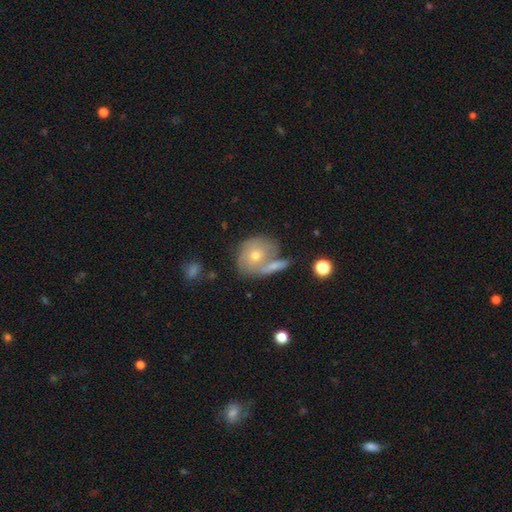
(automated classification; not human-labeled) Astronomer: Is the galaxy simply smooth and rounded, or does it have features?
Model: smooth — 45%, tied with featured or disk at 45%.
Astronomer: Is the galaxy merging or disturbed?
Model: none — 46% (runner-up: merger, 33%).